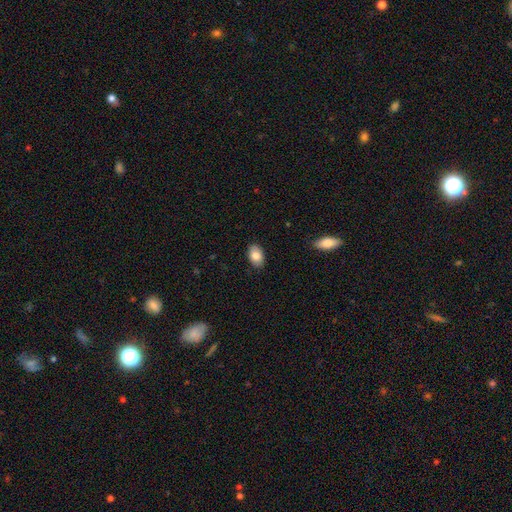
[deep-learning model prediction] A smooth galaxy with no disk features (83%) that is in between round and cigar-shaped (90%). Merging: none (87%).